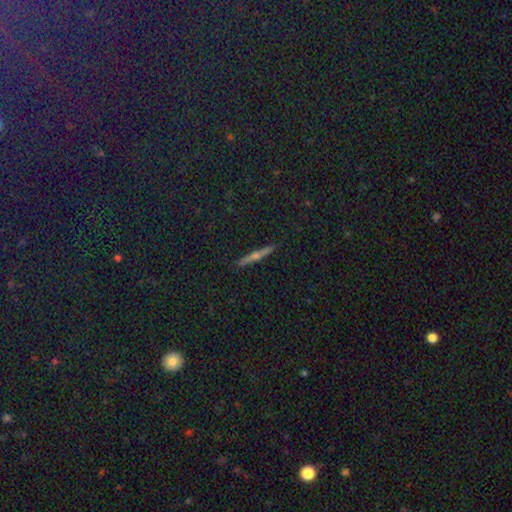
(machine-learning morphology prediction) Smooth or featured? Predicted: featured or disk (p=0.60). Edge-on disk? Predicted: yes (p=0.96). Edge-on bulge? Predicted: rounded (p=0.85). Merging? Predicted: none (p=0.91).